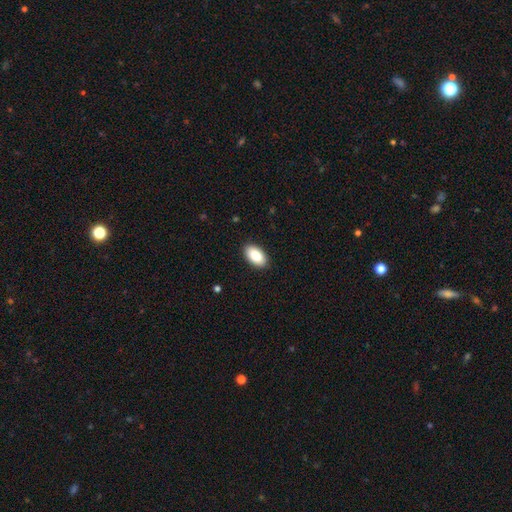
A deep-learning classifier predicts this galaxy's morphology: smooth_or_featured: smooth (p=0.90) [alt: star or artifact p=0.06]
how_rounded: in between (p=0.95) [alt: round p=0.03]
merging: none (p=0.90) [alt: minor disturbance p=0.08]